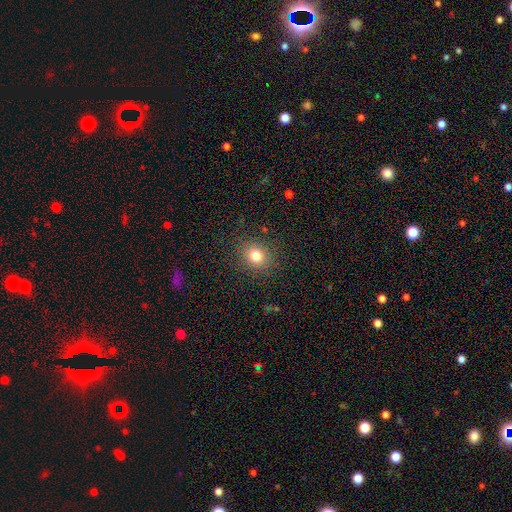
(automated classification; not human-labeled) Smooth or featured? smooth (79%)
How rounded? round (76%)
Merging? none (87%)